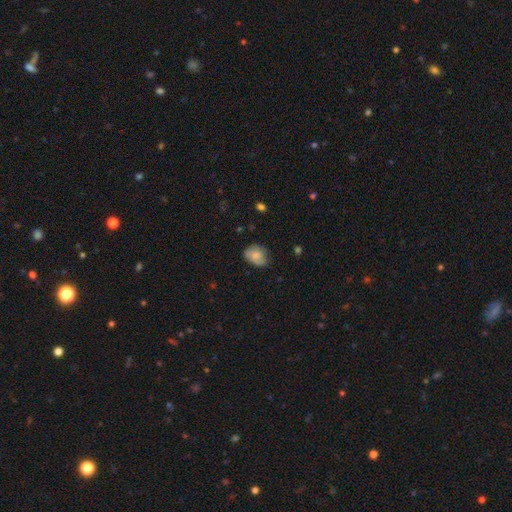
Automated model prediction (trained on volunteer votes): Smooth or featured: smooth — 76% (featured or disk — 16%)
How rounded: in between — 60% (round — 39%)
Merging: none — 61% (minor disturbance — 30%)